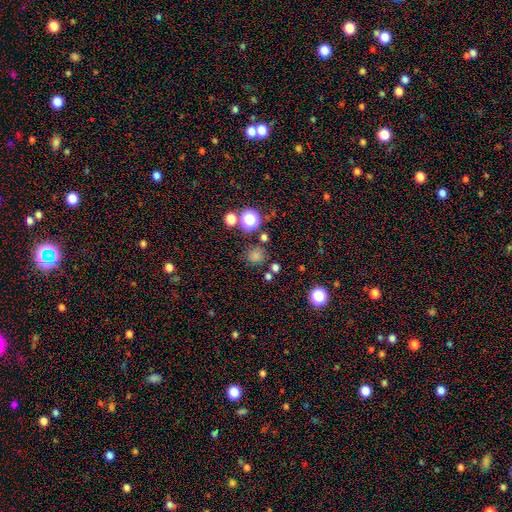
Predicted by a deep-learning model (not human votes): smooth 70%, star or artifact 23%, featured or disk 6%. Down the decision tree: how rounded — round (88%); merging — none (77%).